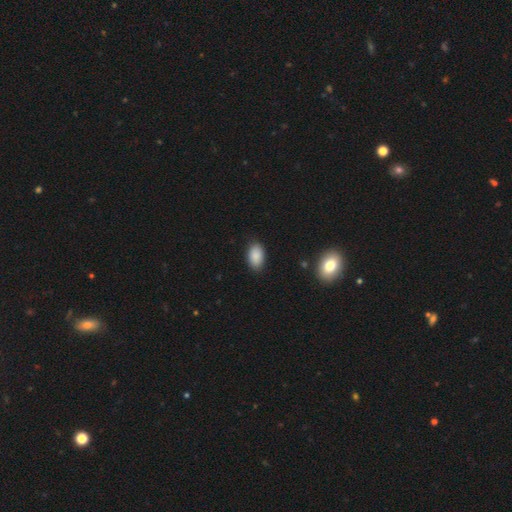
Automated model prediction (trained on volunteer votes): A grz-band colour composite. It shows a smooth galaxy with no disk features (89%) that is in between round and cigar-shaped (93%). Merging: none (86%).